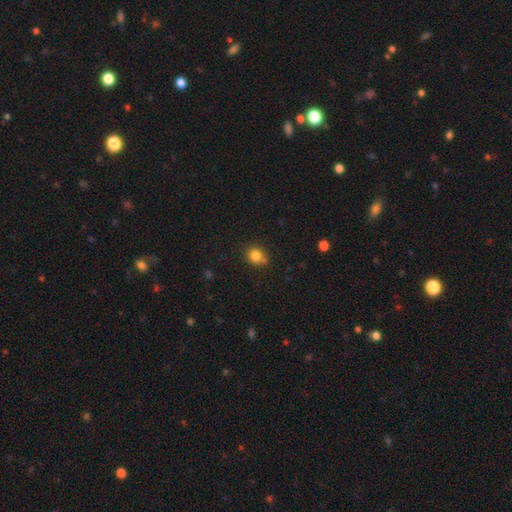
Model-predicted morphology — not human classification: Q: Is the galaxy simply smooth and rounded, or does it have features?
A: smooth — 82%.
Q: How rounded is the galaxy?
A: round — 78%.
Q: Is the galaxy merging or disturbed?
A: none — 69%.